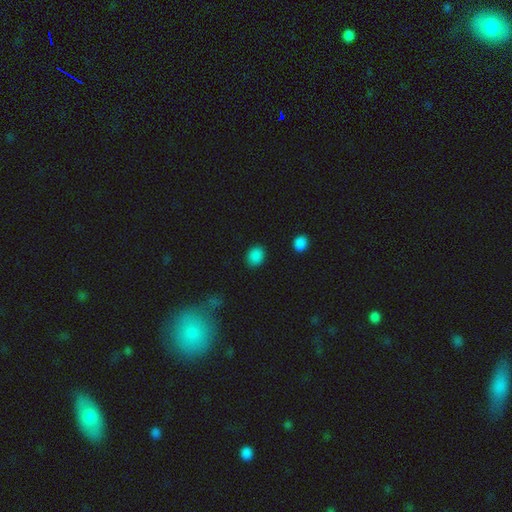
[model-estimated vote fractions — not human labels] Smooth or featured? Predicted: smooth (p=0.86). How rounded? Predicted: round (p=0.56). Merging? Predicted: none (p=0.88).